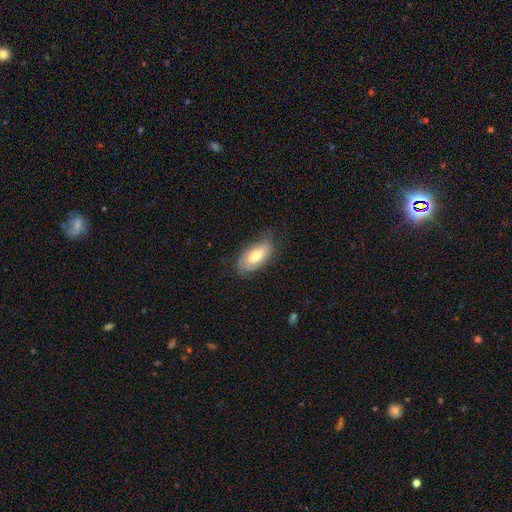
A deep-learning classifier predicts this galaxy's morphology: Smooth or featured?
  - smooth: 65% *
  - featured or disk: 29%
  - star or artifact: 7%
How rounded?
  - in between: 91% *
  - cigar-shaped: 5%
  - round: 3%
Merging?
  - none: 72% *
  - minor disturbance: 22%
  - major disturbance: 5%
  - merger: 1%